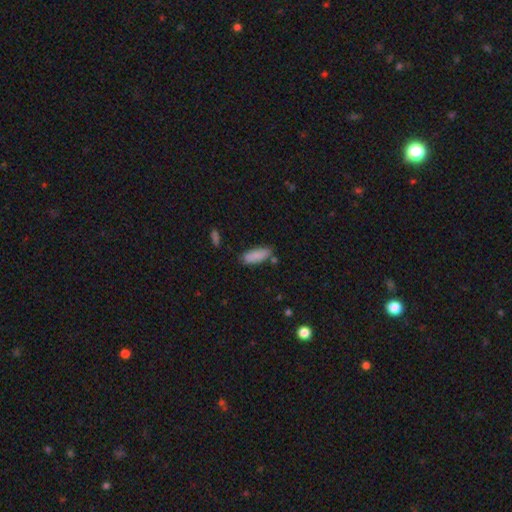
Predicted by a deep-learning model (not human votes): smooth_or_featured: smooth (p=0.87) [alt: star or artifact p=0.07]
how_rounded: in between (p=0.68) [alt: cigar-shaped p=0.31]
merging: none (p=0.75) [alt: minor disturbance p=0.17]